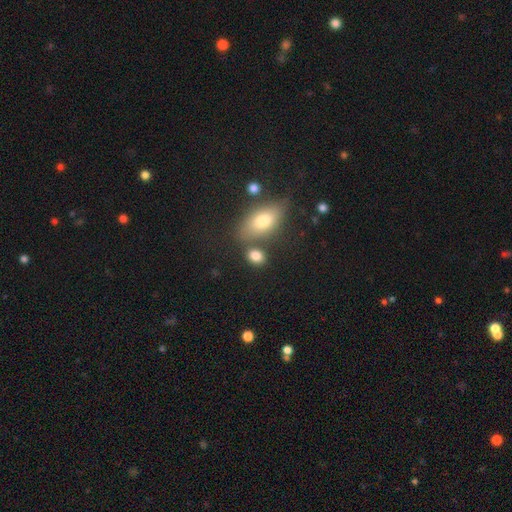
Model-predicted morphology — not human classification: smooth 82%, star or artifact 10%, featured or disk 8%. Down the decision tree: how rounded — in between (66%); merging — none (64%).